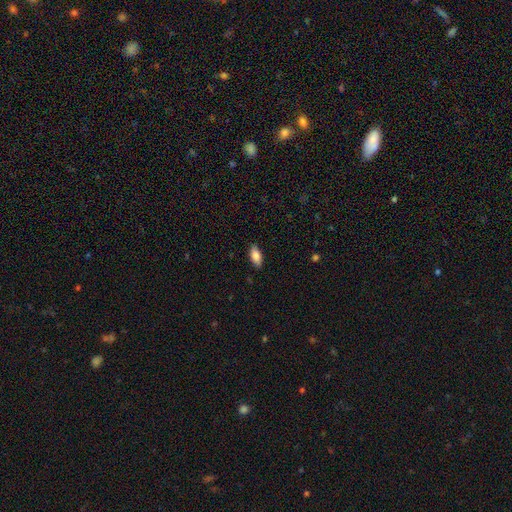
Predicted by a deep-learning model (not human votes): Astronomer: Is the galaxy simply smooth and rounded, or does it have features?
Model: smooth — 81%.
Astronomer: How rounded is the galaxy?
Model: in between — 87%.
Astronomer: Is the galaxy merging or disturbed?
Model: none — 87%.